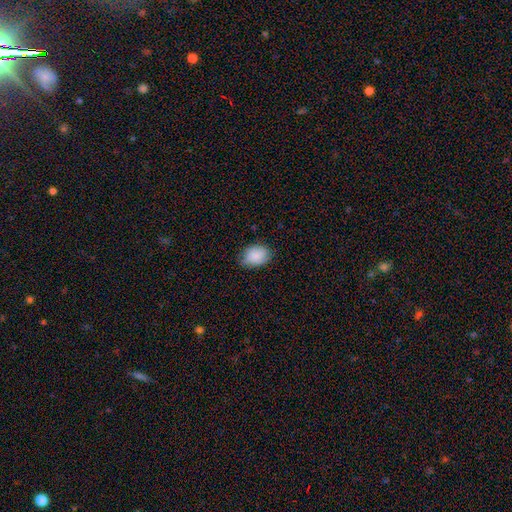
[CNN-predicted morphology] smooth 88%, star or artifact 7%, featured or disk 5%. Down the decision tree: how rounded — in between (72%); merging — none (73%).